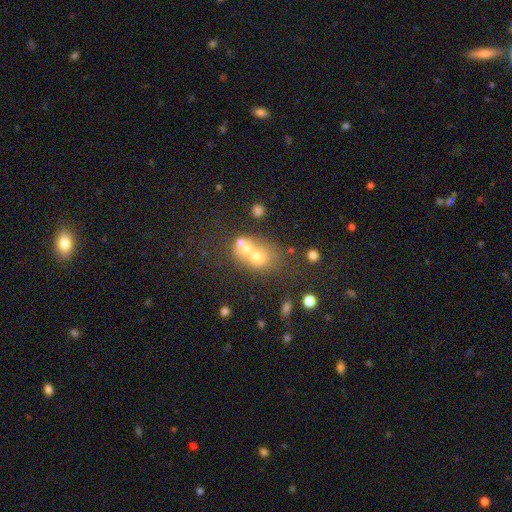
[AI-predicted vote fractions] A smooth galaxy with no disk features (55%) that is round (53%). Merging: merger (55%).